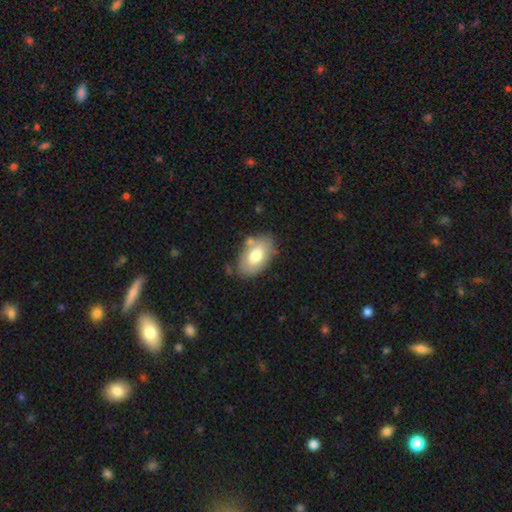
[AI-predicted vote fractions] A smooth galaxy with no disk features (68%) that is in between round and cigar-shaped (93%).

Vote fractions:
- Smooth or featured? smooth: 68% / featured or disk: 25% / star or artifact: 7%
- How rounded? in between: 93% / round: 6% / cigar-shaped: 2%
- Merging? none: 72% / minor disturbance: 17% / merger: 6% / major disturbance: 4%